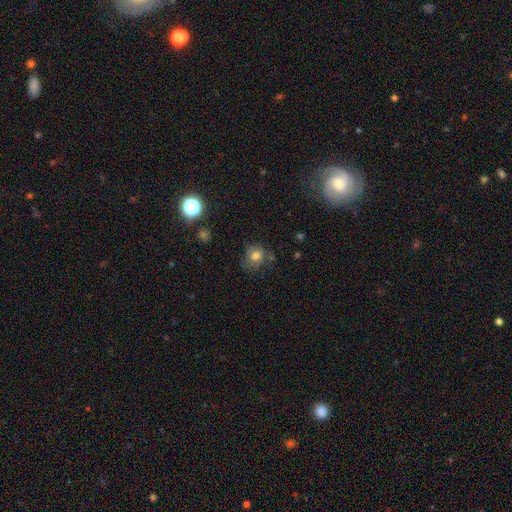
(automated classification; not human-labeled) Smooth or featured? smooth (73%)
How rounded? round (65%)
Merging? none (63%)